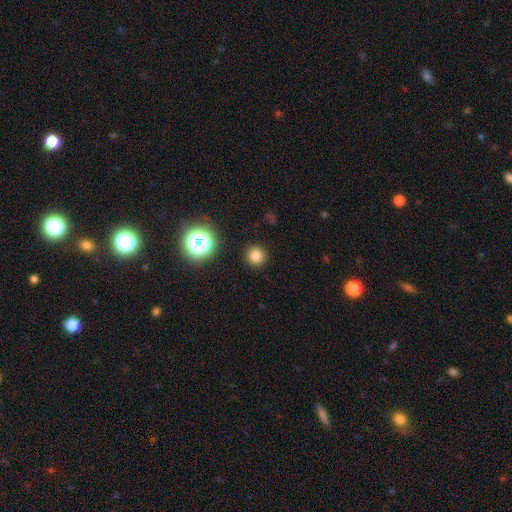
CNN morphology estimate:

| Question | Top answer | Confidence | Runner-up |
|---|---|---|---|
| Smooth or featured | smooth | 79% | star or artifact (16%) |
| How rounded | round | 94% | in between (5%) |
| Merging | none | 91% | minor disturbance (5%) |